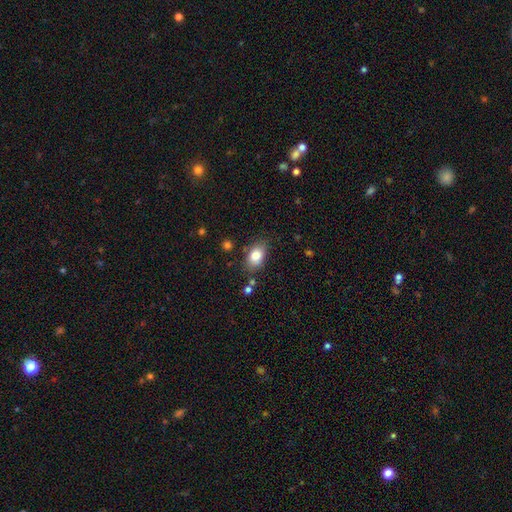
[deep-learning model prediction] Smooth or featured? smooth (81%)
How rounded? in between (82%)
Merging? none (75%)